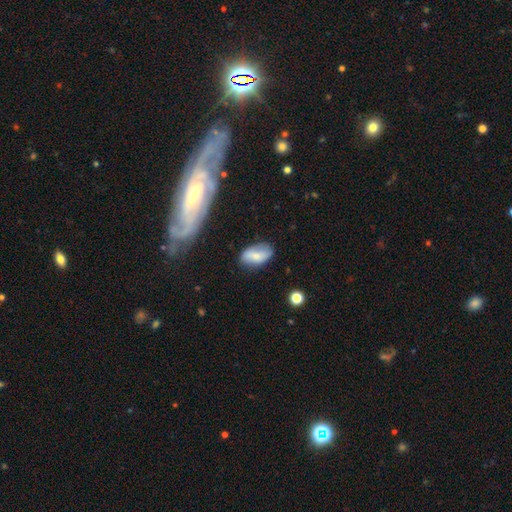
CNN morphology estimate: Smooth or featured? Predicted: smooth (p=0.69). How rounded? Predicted: in between (p=0.92). Merging? Predicted: none (p=0.71).